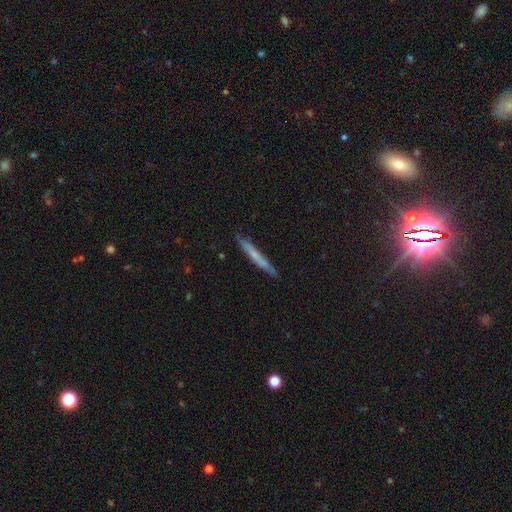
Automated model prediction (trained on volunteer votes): A smooth galaxy with no disk features (52%) that is cigar-shaped (96%). Merging: none (87%).